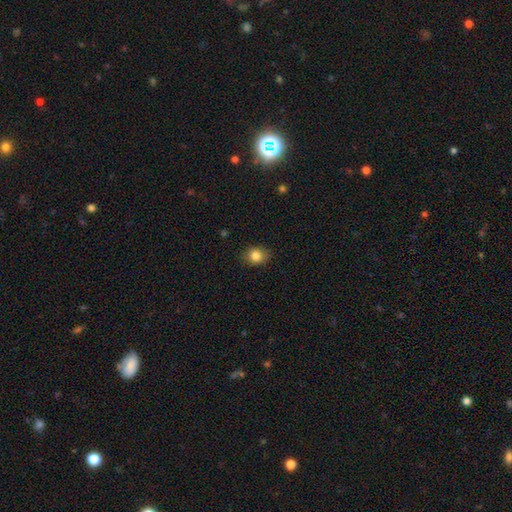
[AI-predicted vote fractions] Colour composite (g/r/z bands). It shows a smooth galaxy with no disk features (84%) that is round (60%). Merging: none (82%).